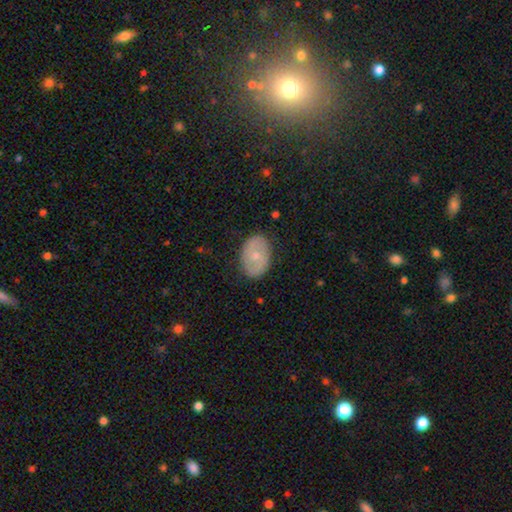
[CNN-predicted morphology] Smooth or featured: smooth — 62% (featured or disk — 32%)
How rounded: in between — 83% (round — 16%)
Merging: none — 84% (minor disturbance — 12%)